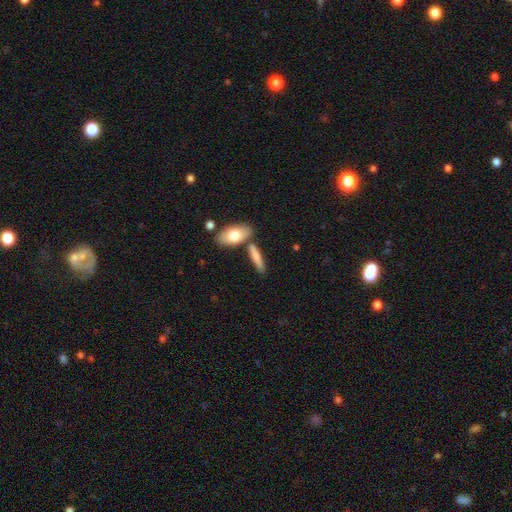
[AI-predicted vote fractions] Morphology: type=smooth (76%); roundness=cigar-shaped (60%); merging=none (66%).